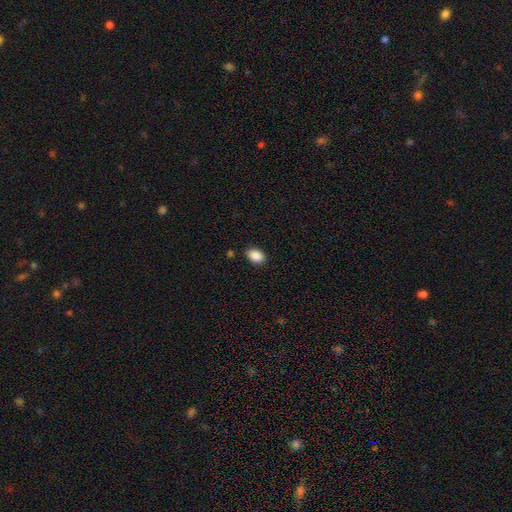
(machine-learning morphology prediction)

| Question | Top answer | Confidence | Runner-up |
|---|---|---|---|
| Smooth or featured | smooth | 89% | star or artifact (8%) |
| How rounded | in between | 83% | round (16%) |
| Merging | none | 86% | minor disturbance (10%) |